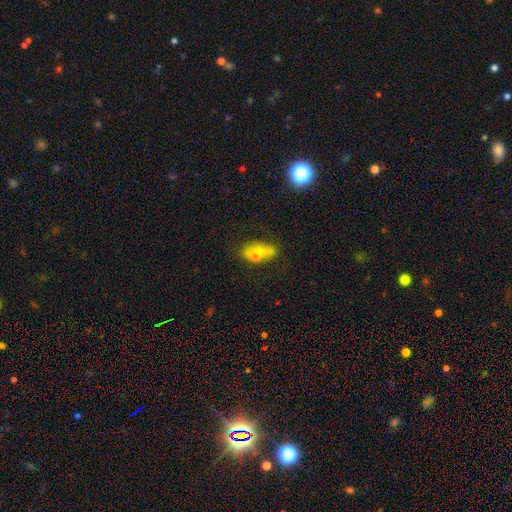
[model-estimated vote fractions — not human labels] This is possibly a smooth galaxy (54%). How rounded: likely in between (74%). Merging: possibly none (46%).